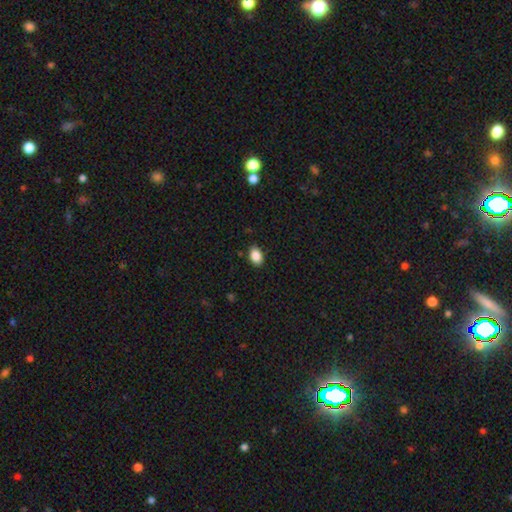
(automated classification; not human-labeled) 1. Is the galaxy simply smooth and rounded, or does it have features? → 88% smooth, 8% star or artifact, 4% featured or disk.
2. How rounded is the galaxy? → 83% in between, 16% round, 1% cigar-shaped.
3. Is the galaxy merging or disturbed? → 88% none, 9% minor disturbance, 2% major disturbance, 1% merger.